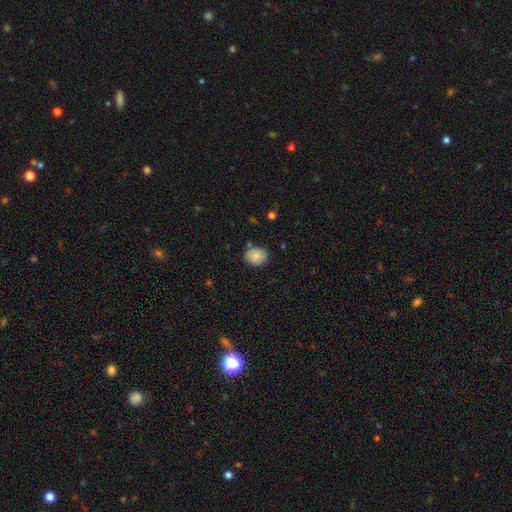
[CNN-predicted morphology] Smooth or featured? smooth (80%)
How rounded? round (55%)
Merging? none (77%)